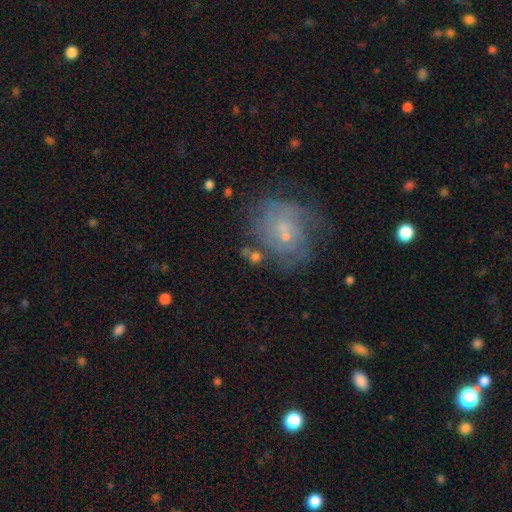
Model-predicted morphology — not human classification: Smooth or featured: featured or disk — 58% (smooth — 29%)
Edge-on disk: no — 97% (yes — 3%)
Bar: no — 72% (weak — 24%)
Spiral arms: yes — 68% (no — 32%)
Bulge size: small — 71% (moderate — 22%)
Merging: none — 49% (minor disturbance — 21%)